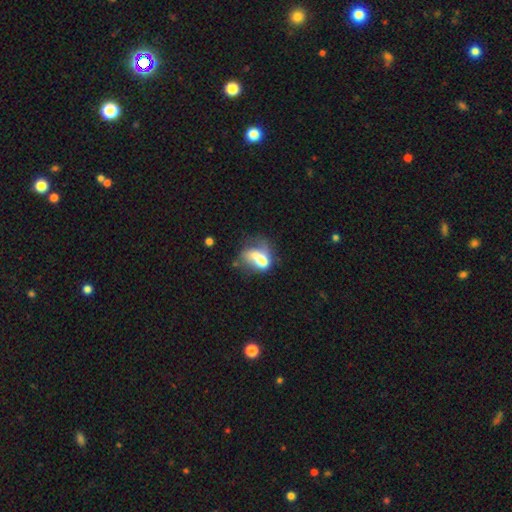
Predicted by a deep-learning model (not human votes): smooth 57%, featured or disk 32%, star or artifact 11%. Down the decision tree: how rounded — in between (64%); merging — merger (59%).